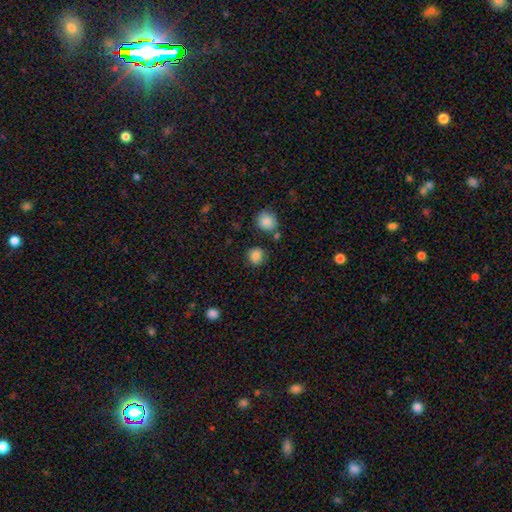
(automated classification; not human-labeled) A smooth galaxy with no disk features (84%) that is round (87%).

Vote fractions:
- Smooth or featured? smooth: 84% / star or artifact: 11% / featured or disk: 5%
- How rounded? round: 87% / in between: 12% / cigar-shaped: 1%
- Merging? none: 81% / minor disturbance: 10% / merger: 5% / major disturbance: 3%